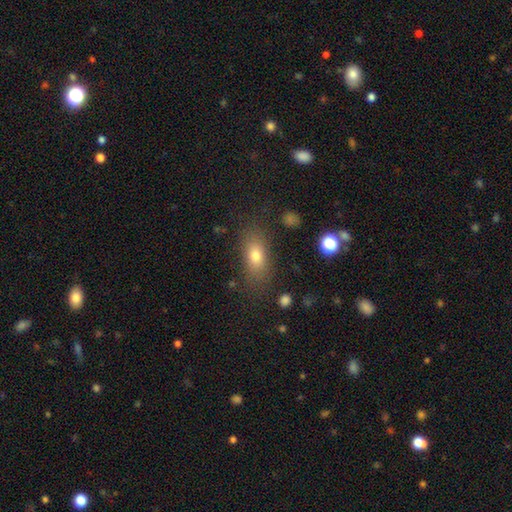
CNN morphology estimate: The model was most divided on "smooth or featured": smooth: 72%, featured or disk: 15%, star or artifact: 13%. More confident: merging — none (78%); how rounded — in between (77%).